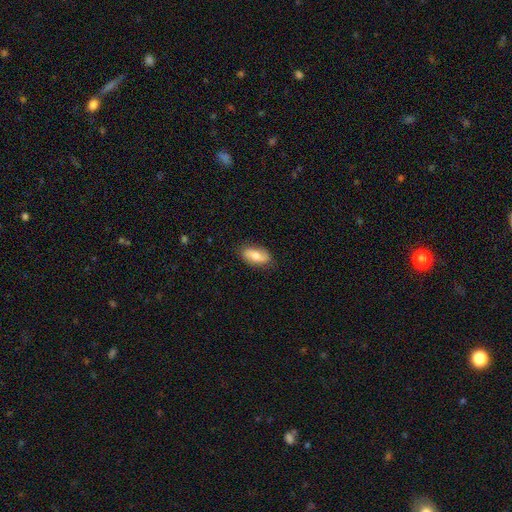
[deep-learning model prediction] Overall: smooth (69%). How rounded: in between (88%). Merging: none (82%).